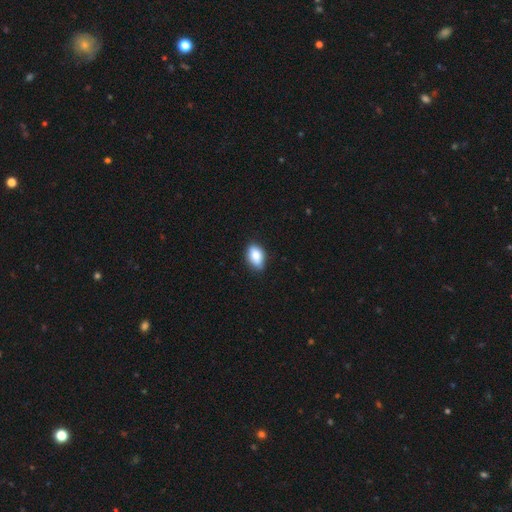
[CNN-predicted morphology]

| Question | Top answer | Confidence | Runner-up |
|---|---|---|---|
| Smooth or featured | smooth | 84% | featured or disk (8%) |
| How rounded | in between | 88% | round (9%) |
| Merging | none | 79% | minor disturbance (18%) |